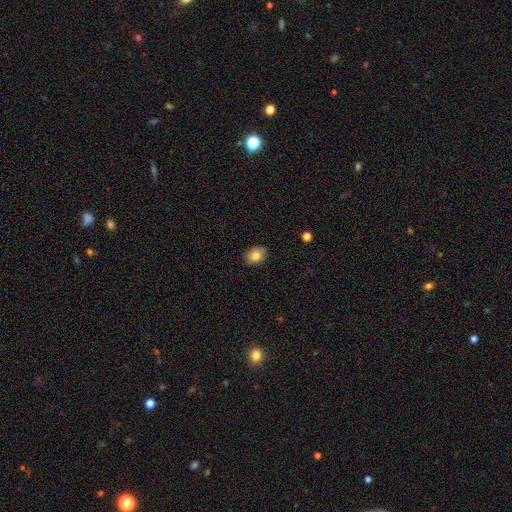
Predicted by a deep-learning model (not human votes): Smooth or featured: smooth — 81% (featured or disk — 11%)
How rounded: in between — 75% (round — 24%)
Merging: none — 85% (minor disturbance — 12%)